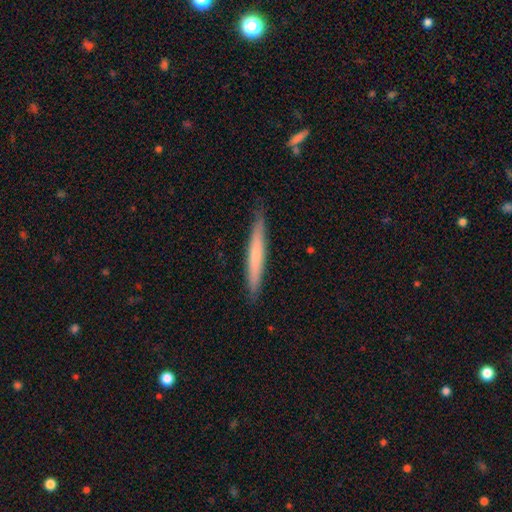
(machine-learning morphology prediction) smooth_or_featured: smooth (p=0.57) [alt: featured or disk p=0.38]
how_rounded: cigar-shaped (p=0.96) [alt: in between p=0.03]
merging: none (p=0.88) [alt: minor disturbance p=0.10]